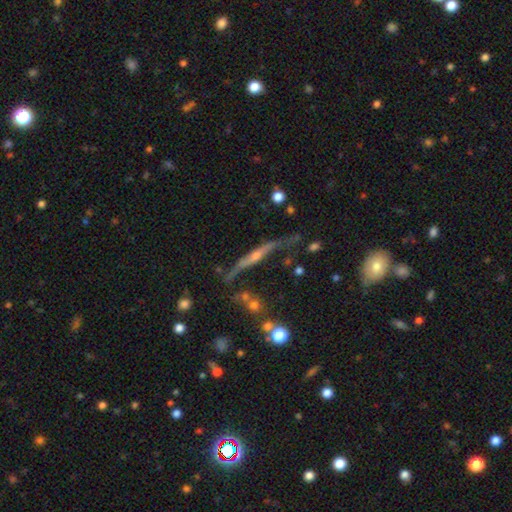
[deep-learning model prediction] This appears to be a featured or disk galaxy (75%) viewed edge-on (91%) with a rounded central bulge (77%). Merging: none (61%).